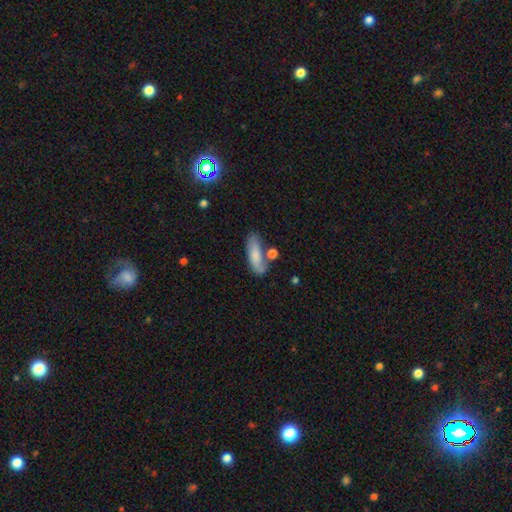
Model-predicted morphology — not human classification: type=smooth (77%); roundness=in between (58%); merging=none (56%).